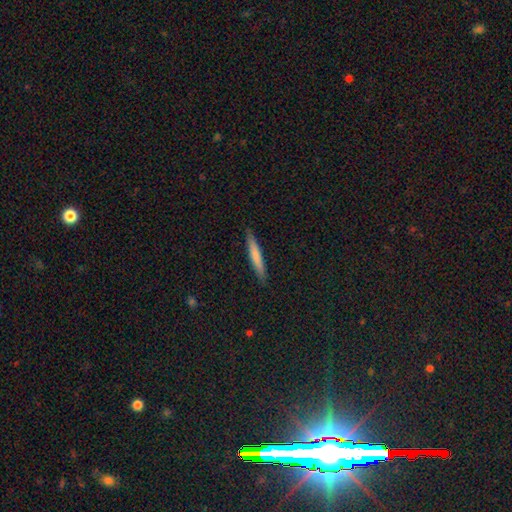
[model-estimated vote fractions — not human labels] Smooth or featured: smooth — 71% (featured or disk — 23%)
How rounded: cigar-shaped — 95% (in between — 4%)
Merging: none — 90% (minor disturbance — 7%)